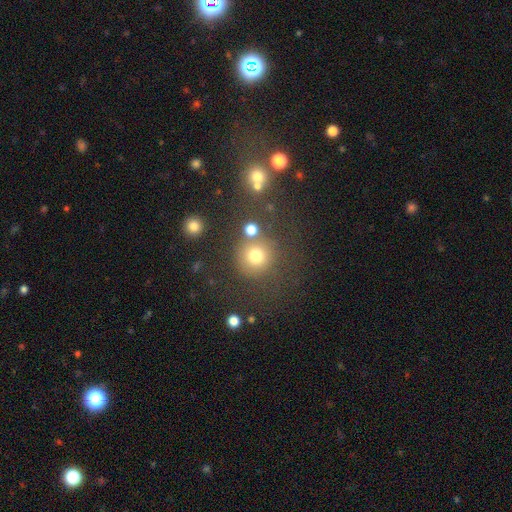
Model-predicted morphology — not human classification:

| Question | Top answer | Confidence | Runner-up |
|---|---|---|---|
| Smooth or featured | smooth | 74% | star or artifact (18%) |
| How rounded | round | 92% | in between (7%) |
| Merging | none | 70% | merger (13%) |